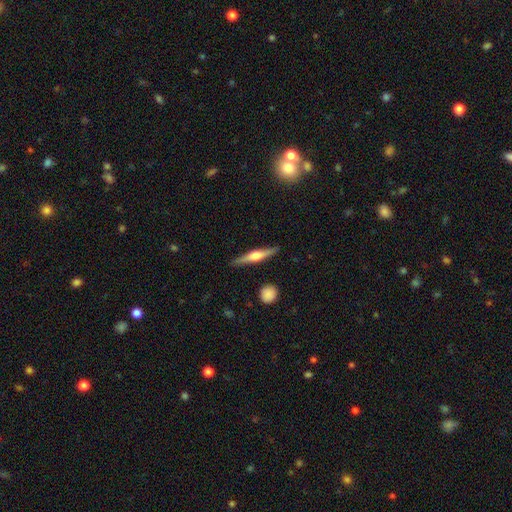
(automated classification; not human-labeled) This appears to be a featured or disk galaxy (66%) viewed edge-on (97%) with a rounded central bulge (84%). Merging: none (88%).